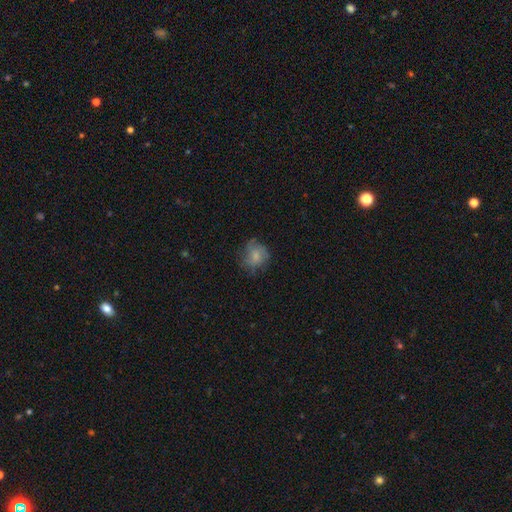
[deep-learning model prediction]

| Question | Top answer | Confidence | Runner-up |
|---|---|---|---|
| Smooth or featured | smooth | 61% | featured or disk (29%) |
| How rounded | round | 74% | in between (25%) |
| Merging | none | 60% | minor disturbance (26%) |